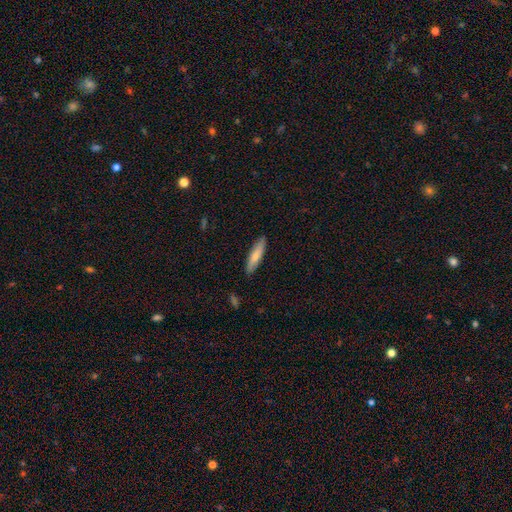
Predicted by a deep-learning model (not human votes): smooth 74%, featured or disk 21%, star or artifact 5%. Down the decision tree: how rounded — cigar-shaped (77%); merging — none (88%).